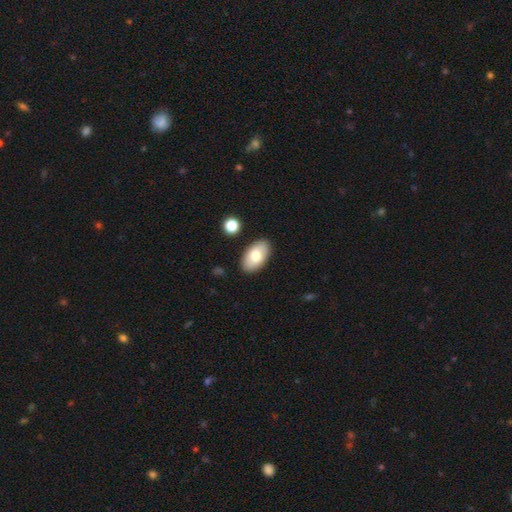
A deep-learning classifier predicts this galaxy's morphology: Q: Smooth or featured?
A: smooth (74%); runner-up: featured or disk (19%)
Q: How rounded?
A: in between (95%); runner-up: round (4%)
Q: Merging?
A: none (87%); runner-up: minor disturbance (9%)